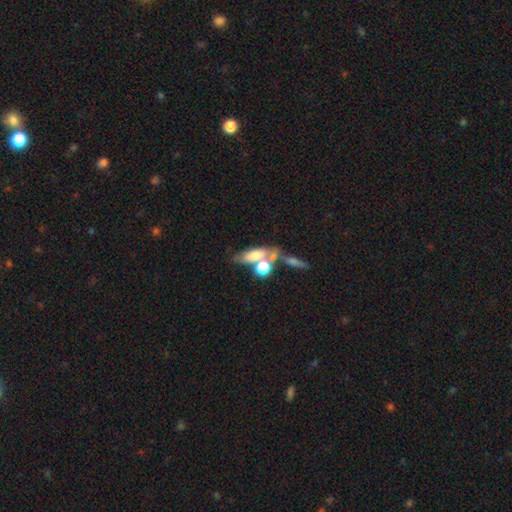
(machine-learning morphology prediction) Overall: smooth (59%; featured or disk 27%). How rounded: in between (58%; cigar-shaped 28%). Merging: merger (39%; none 37%).